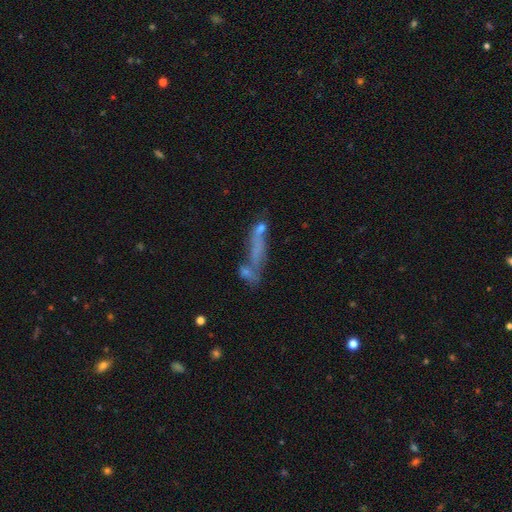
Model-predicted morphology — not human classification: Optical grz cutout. It shows a smooth galaxy with no disk features (47%). Merging: none (35%).